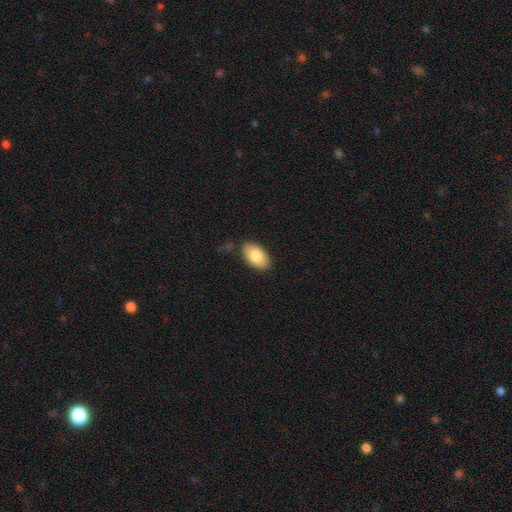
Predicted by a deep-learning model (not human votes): This appears to be a smooth galaxy with no disk features (82%) that is in between round and cigar-shaped (94%). Merging: none (83%).